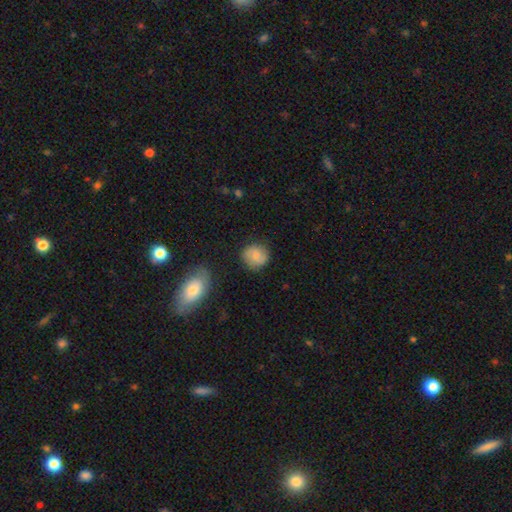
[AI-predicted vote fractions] Smooth or featured? smooth (68%)
How rounded? round (85%)
Merging? none (80%)